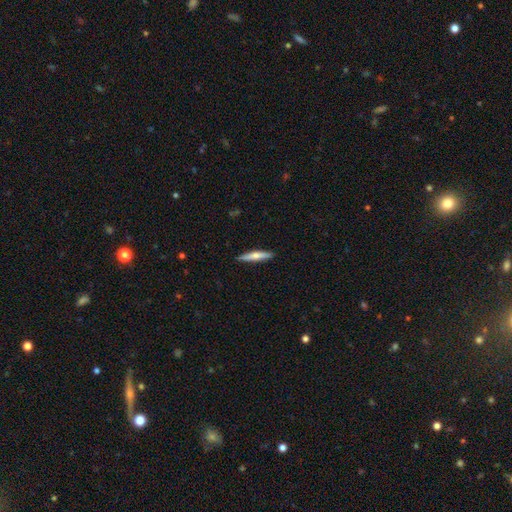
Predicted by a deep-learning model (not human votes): Morphology: type=smooth (56%); roundness=cigar-shaped (89%); merging=none (90%).